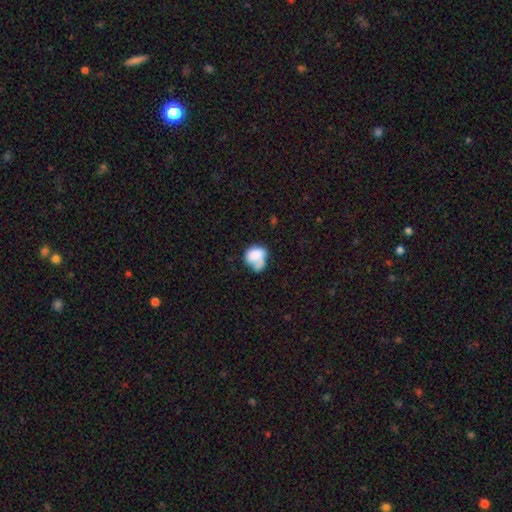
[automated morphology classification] Q: Smooth or featured?
A: smooth (75%); runner-up: featured or disk (16%)
Q: How rounded?
A: in between (51%); runner-up: round (48%)
Q: Merging?
A: none (29%); runner-up: merger (27%)